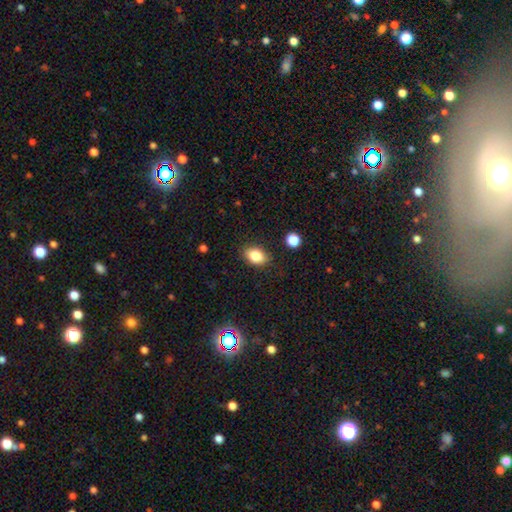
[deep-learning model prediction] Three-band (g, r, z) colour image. It shows a smooth galaxy with no disk features (85%) that is in between round and cigar-shaped (79%). Merging: none (84%).